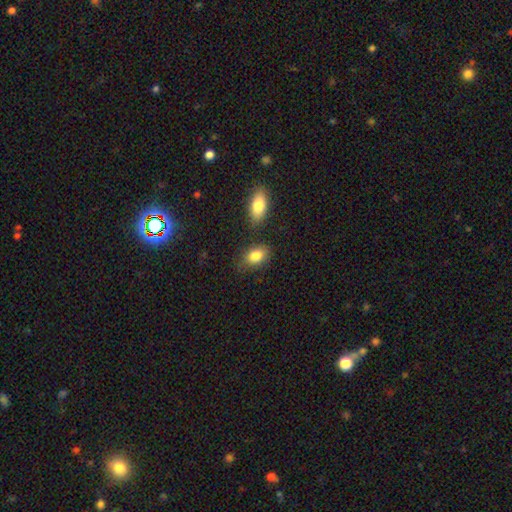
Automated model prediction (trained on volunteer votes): Smooth or featured? smooth (85%)
How rounded? in between (86%)
Merging? none (74%)